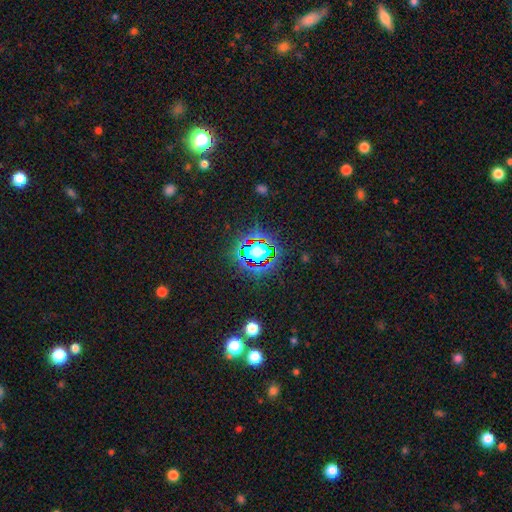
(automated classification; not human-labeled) Smooth or featured? Predicted: star or artifact (p=0.67).